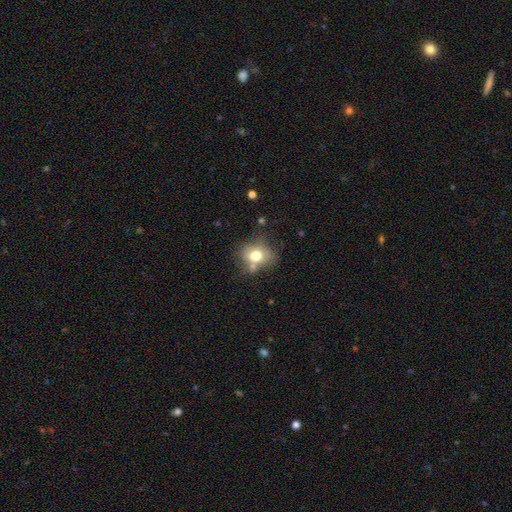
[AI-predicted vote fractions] A smooth galaxy with no disk features (71%) that is round (58%).

Vote fractions:
- Smooth or featured? smooth: 71% / featured or disk: 19% / star or artifact: 11%
- How rounded? round: 58% / in between: 41% / cigar-shaped: 1%
- Merging? none: 54% / minor disturbance: 23% / merger: 15% / major disturbance: 9%